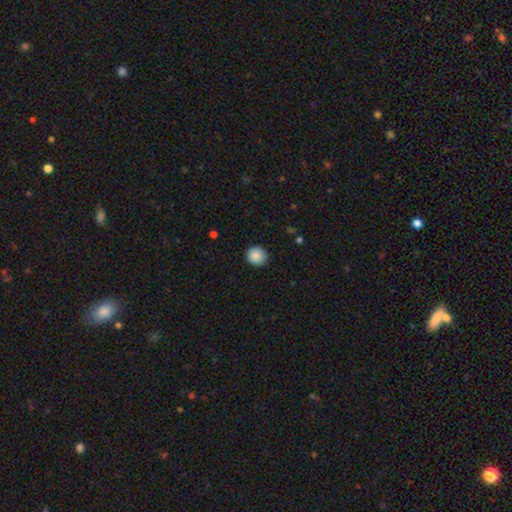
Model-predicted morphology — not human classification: smooth 88%, star or artifact 8%, featured or disk 4%. Down the decision tree: how rounded — round (92%); merging — none (88%).